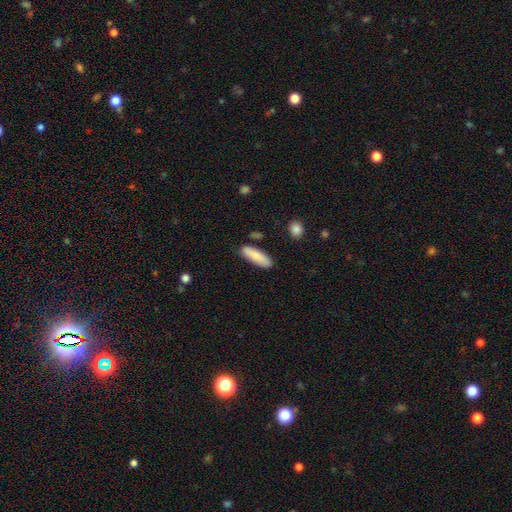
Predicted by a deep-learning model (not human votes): Overall: smooth (83%). How rounded: cigar-shaped (52%; in between 46%). Merging: none (85%).